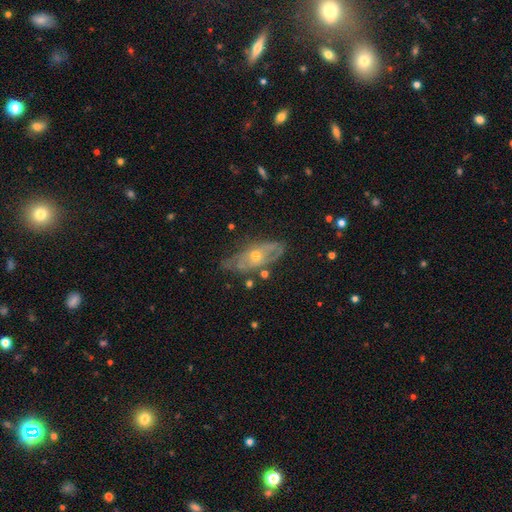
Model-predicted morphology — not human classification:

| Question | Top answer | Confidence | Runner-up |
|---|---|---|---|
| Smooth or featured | featured or disk | 70% | smooth (22%) |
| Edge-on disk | no | 77% | yes (23%) |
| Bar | no | 81% | weak (15%) |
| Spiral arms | yes | 56% | no (44%) |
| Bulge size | moderate | 51% | small (45%) |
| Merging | none | 66% | minor disturbance (24%) |